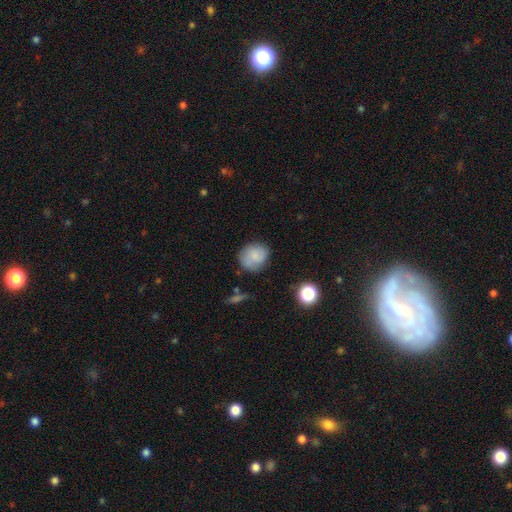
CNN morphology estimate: smooth-or-featured: smooth: 79% | featured or disk: 12% | star or artifact: 9%
  how-rounded: round: 76% | in between: 23% | cigar-shaped: 1%
  merging: none: 71% | minor disturbance: 21% | major disturbance: 5% | merger: 3%